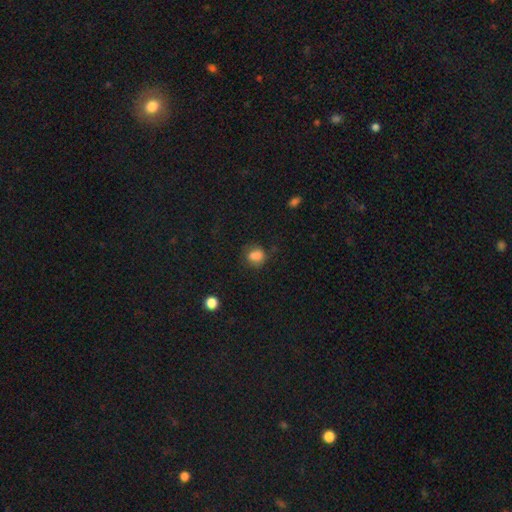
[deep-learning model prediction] This appears to be a smooth galaxy with no disk features (81%) that is round (55%). Merging: none (61%).